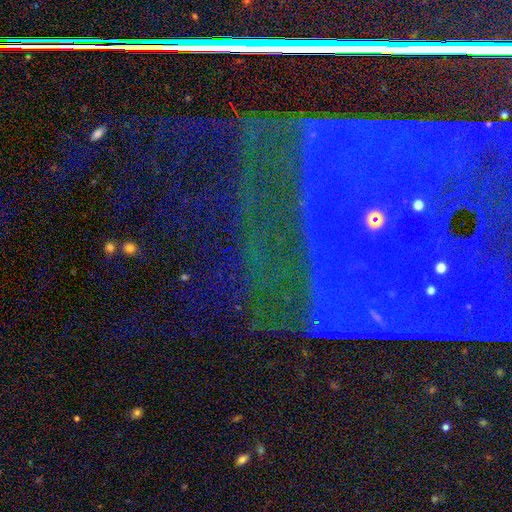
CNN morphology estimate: A star or artifact, not a galaxy (75%).

Vote fractions:
- Smooth or featured? star or artifact: 75% / featured or disk: 16% / smooth: 9%